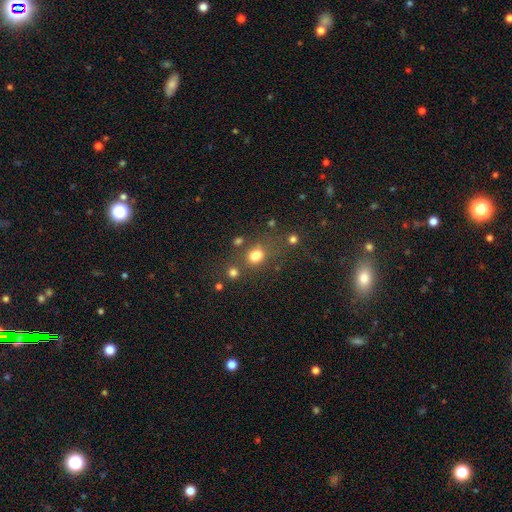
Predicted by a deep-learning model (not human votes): This is likely a smooth galaxy (77%). How rounded: possibly round (52%). Merging: likely none (61%).